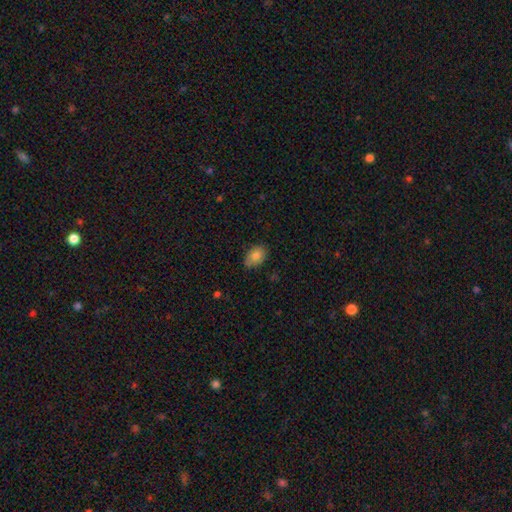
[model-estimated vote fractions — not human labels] Q: Smooth or featured?
A: smooth (82%); runner-up: featured or disk (10%)
Q: How rounded?
A: in between (84%); runner-up: round (15%)
Q: Merging?
A: none (75%); runner-up: minor disturbance (21%)